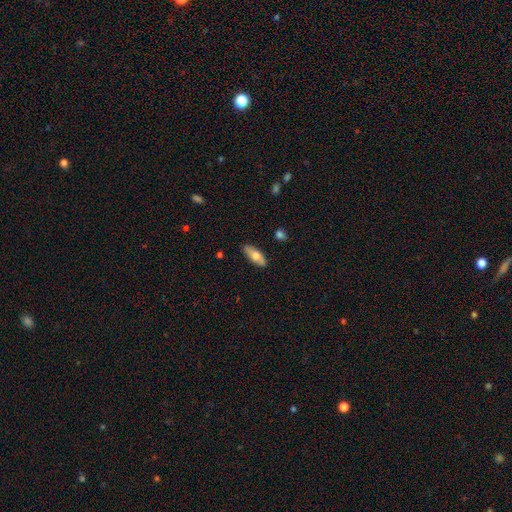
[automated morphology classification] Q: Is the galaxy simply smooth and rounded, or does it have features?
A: smooth — 68%.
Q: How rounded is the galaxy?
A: in between — 72%.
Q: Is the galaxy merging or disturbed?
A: none — 85%.